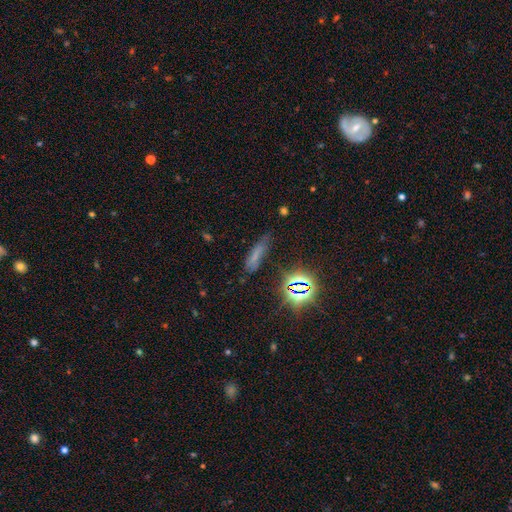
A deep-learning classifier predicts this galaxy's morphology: This is possibly a smooth galaxy (54%). How rounded: likely cigar-shaped (64%). Merging: likely none (62%).